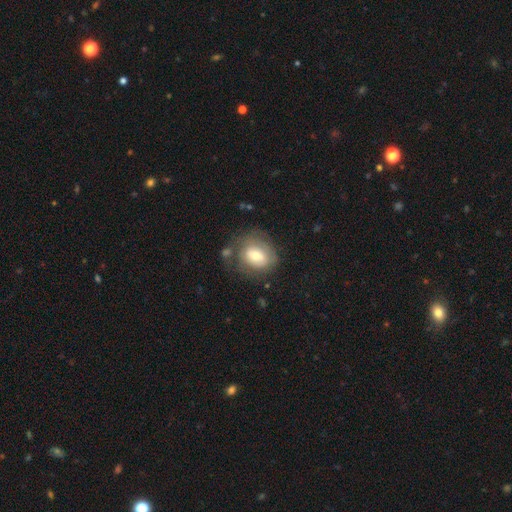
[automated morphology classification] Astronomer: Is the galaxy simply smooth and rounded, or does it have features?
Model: smooth — 62%.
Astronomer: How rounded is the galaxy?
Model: round — 53% (runner-up: in between, 46%).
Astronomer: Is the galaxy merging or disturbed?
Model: none — 58%.